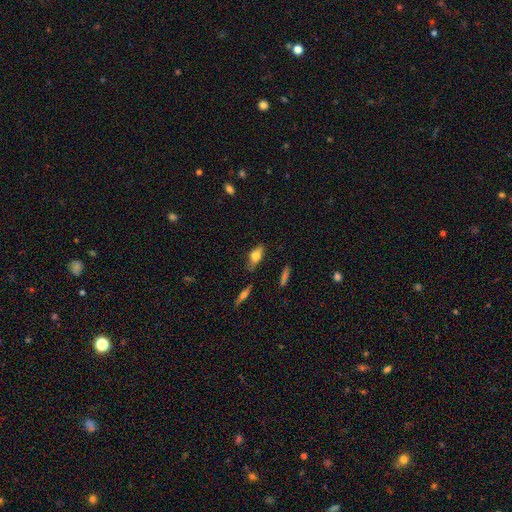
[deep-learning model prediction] smooth_or_featured: smooth (p=0.64) [alt: featured or disk p=0.27]
how_rounded: in between (p=0.73) [alt: cigar-shaped p=0.21]
merging: none (p=0.68) [alt: minor disturbance p=0.22]